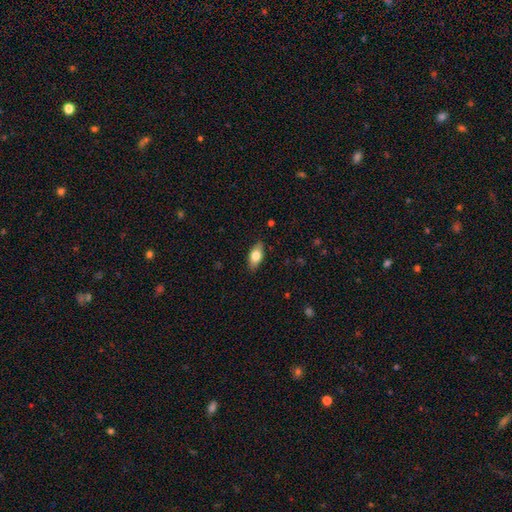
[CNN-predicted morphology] smooth_or_featured: smooth (p=0.73) [alt: featured or disk p=0.20]
how_rounded: in between (p=0.85) [alt: cigar-shaped p=0.10]
merging: none (p=0.85) [alt: minor disturbance p=0.11]